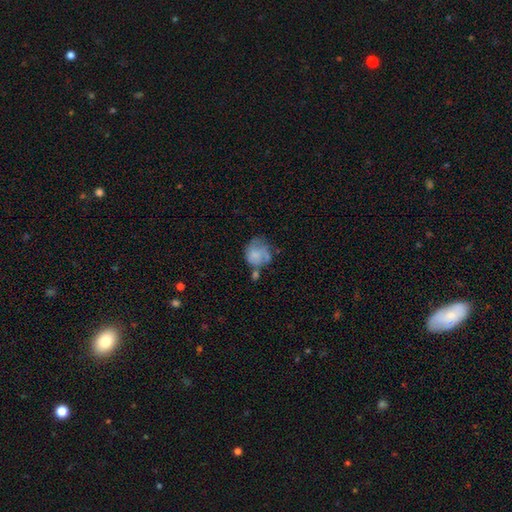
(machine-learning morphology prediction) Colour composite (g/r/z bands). It shows a smooth galaxy with no disk features (62%) that is round (70%). Merging: none (34%).